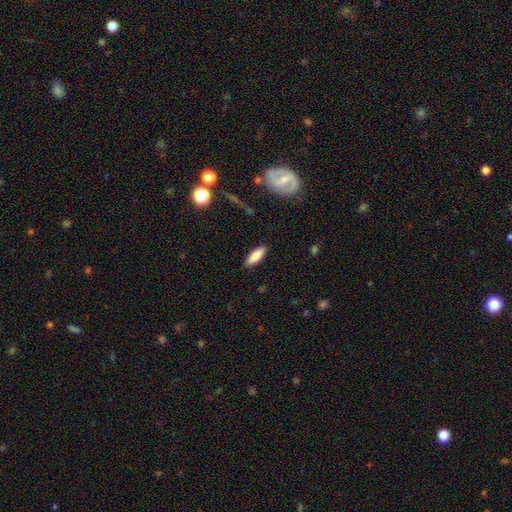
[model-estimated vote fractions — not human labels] The model was most divided on "how rounded": in between: 62%, cigar-shaped: 36%, round: 2%. More confident: merging — none (88%); smooth or featured — smooth (82%).